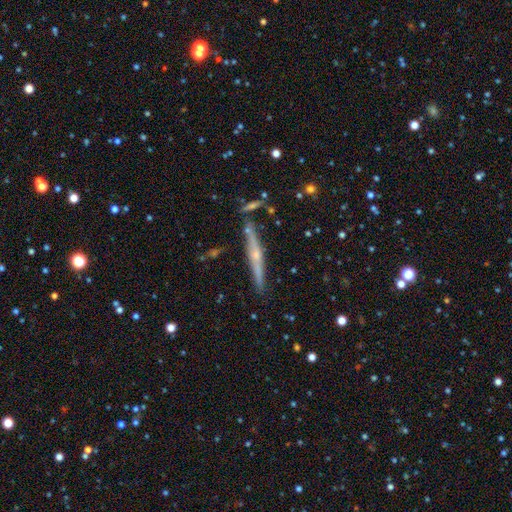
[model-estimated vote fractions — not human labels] Overall: featured or disk (68%). Edge-on disk: yes (96%). Edge-on bulge: rounded (66%; none 28%). Merging: none (82%).